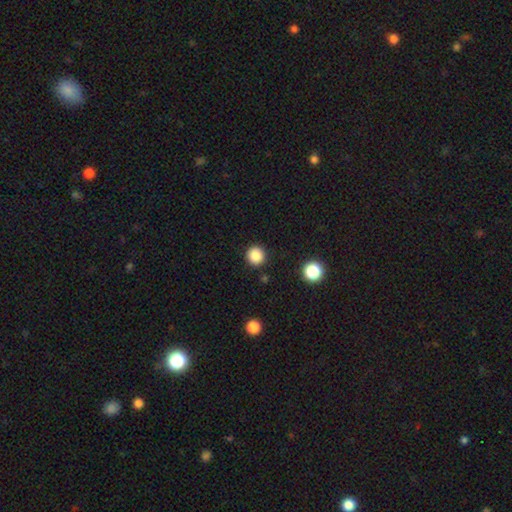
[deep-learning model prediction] Smooth or featured?
  - smooth: 86% *
  - star or artifact: 11%
  - featured or disk: 3%
How rounded?
  - round: 95% *
  - in between: 4%
  - cigar-shaped: 1%
Merging?
  - none: 91% *
  - minor disturbance: 5%
  - major disturbance: 2%
  - merger: 2%